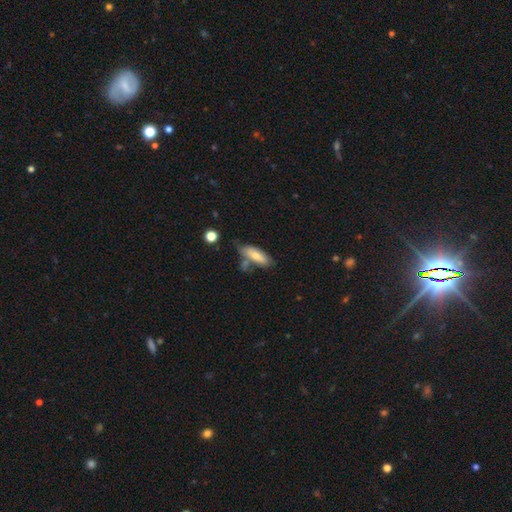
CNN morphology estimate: type=smooth (68%); roundness=in between (61%); merging=none (52%).